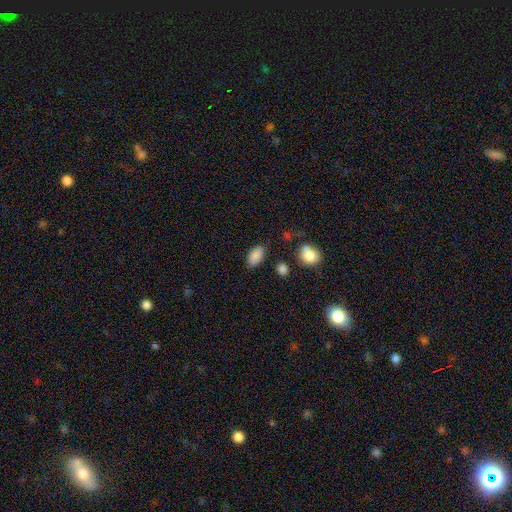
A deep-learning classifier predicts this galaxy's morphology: This appears to be a smooth galaxy with no disk features (88%) that is in between round and cigar-shaped (92%). Merging: none (82%).